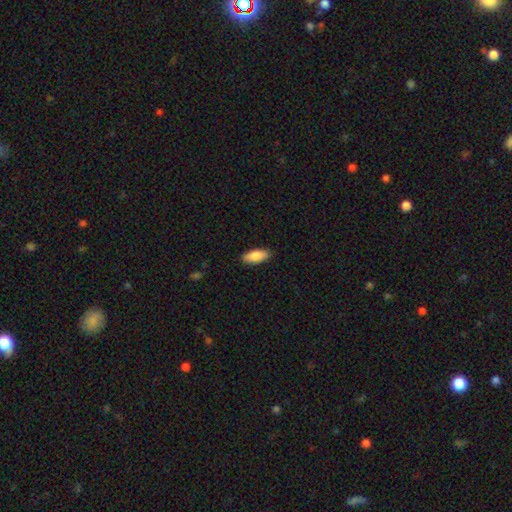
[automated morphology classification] The model was most divided on "how rounded": in between: 81%, cigar-shaped: 17%, round: 2%. More confident: merging — none (89%); smooth or featured — smooth (87%).